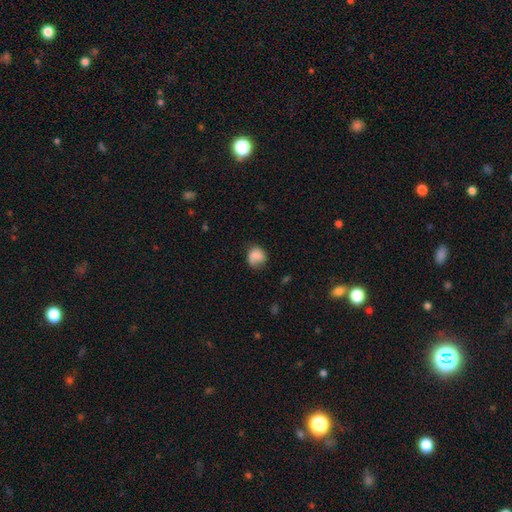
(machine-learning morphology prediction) A smooth galaxy with no disk features (78%) that is round (70%).

Vote fractions:
- Smooth or featured? smooth: 78% / featured or disk: 13% / star or artifact: 8%
- How rounded? round: 70% / in between: 29% / cigar-shaped: 1%
- Merging? none: 54% / minor disturbance: 29% / major disturbance: 14% / merger: 3%